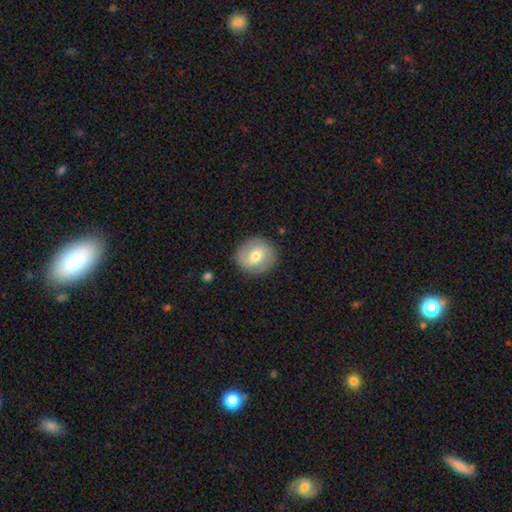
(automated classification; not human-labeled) A smooth galaxy with no disk features (52%) that is round (86%). Merging: none (85%).